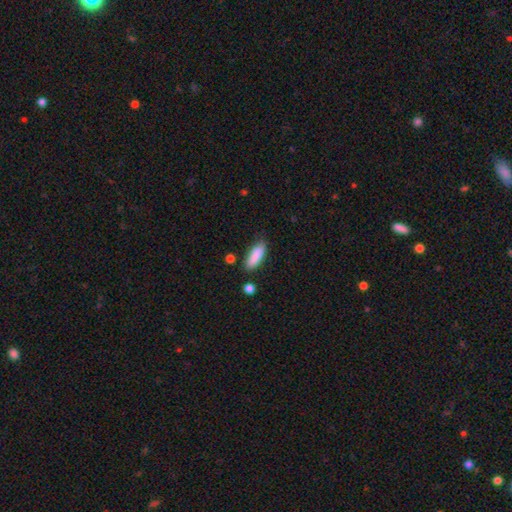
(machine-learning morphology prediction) A smooth galaxy with no disk features (88%) that is in between round and cigar-shaped (63%). Merging: none (74%).